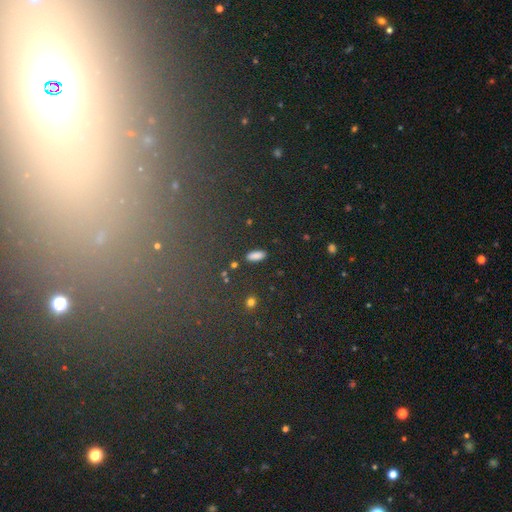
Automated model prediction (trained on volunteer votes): The model was most divided on "how rounded": in between: 74%, cigar-shaped: 22%, round: 4%. More confident: merging — none (88%); smooth or featured — smooth (84%).